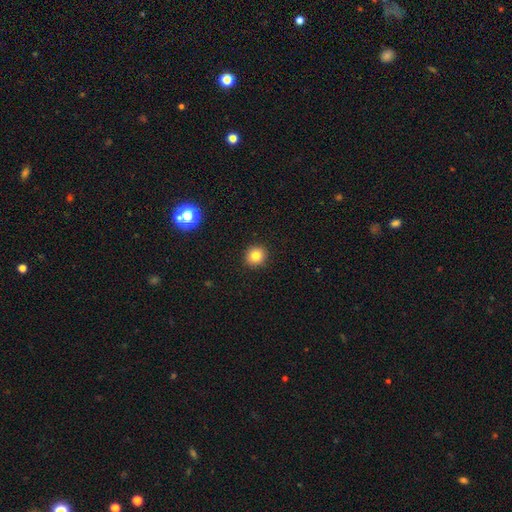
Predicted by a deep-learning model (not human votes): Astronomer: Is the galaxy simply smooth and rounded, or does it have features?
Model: smooth — 81%.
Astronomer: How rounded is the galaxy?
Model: round — 90%.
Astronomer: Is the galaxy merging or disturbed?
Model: none — 92%.